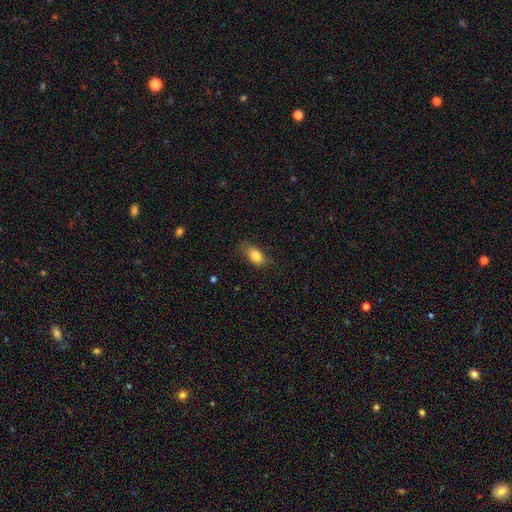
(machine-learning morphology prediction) This is clearly a smooth galaxy (82%). How rounded: clearly in between (87%). Merging: likely none (73%).